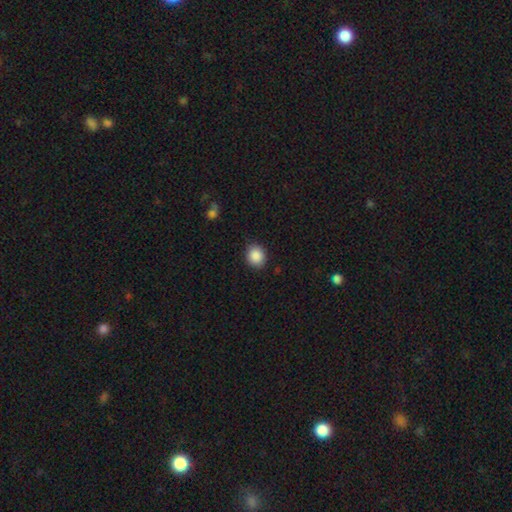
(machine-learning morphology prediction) Smooth or featured: smooth — 88% (star or artifact — 8%)
How rounded: round — 67% (in between — 32%)
Merging: none — 87% (minor disturbance — 10%)